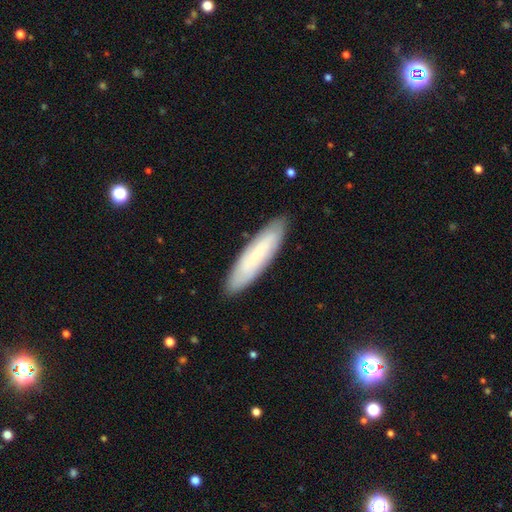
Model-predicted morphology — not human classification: smooth_or_featured: smooth (p=0.52) [alt: featured or disk p=0.41]
how_rounded: cigar-shaped (p=0.70) [alt: in between p=0.28]
merging: none (p=0.88) [alt: minor disturbance p=0.09]